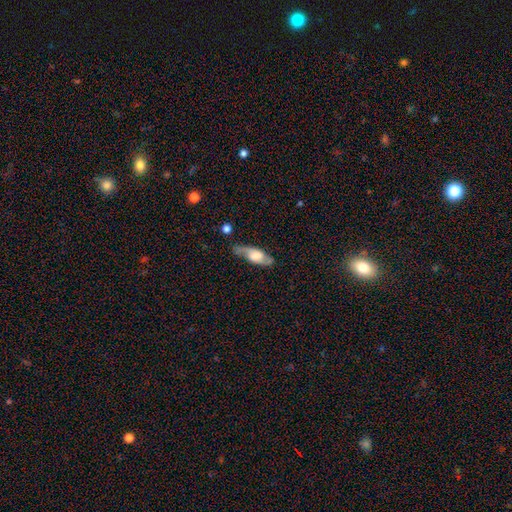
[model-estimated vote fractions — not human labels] Smooth or featured? Predicted: featured or disk (p=0.59). Edge-on disk? Predicted: no (p=0.69). Merging? Predicted: none (p=0.70).